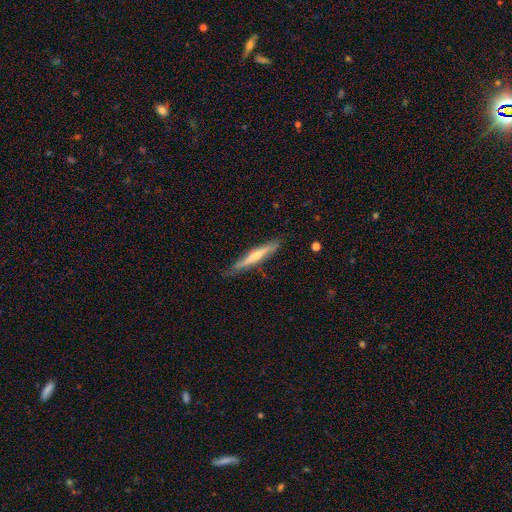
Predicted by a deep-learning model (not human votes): A featured or disk galaxy (52%) viewed edge-on (92%). Merging: none (76%).